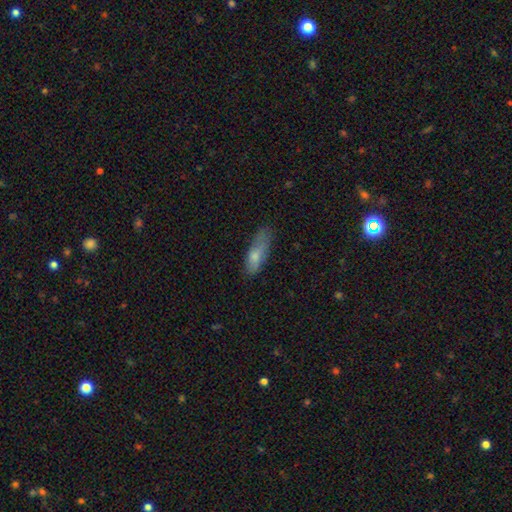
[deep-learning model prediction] Smooth or featured? Predicted: smooth (p=0.74). How rounded? Predicted: in between (p=0.57). Merging? Predicted: none (p=0.54).